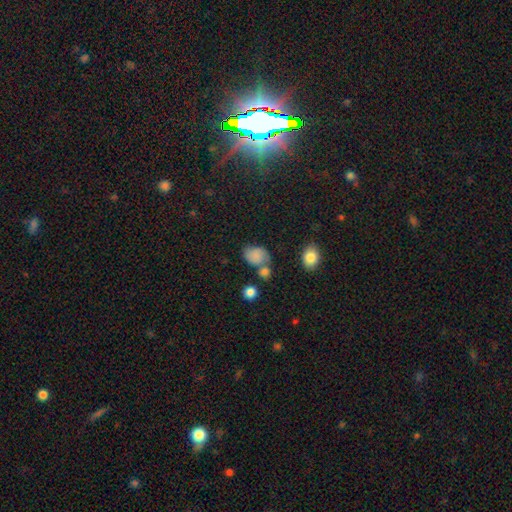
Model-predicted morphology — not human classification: smooth 75%, featured or disk 13%, star or artifact 12%. Down the decision tree: how rounded — in between (70%); merging — none (48%).